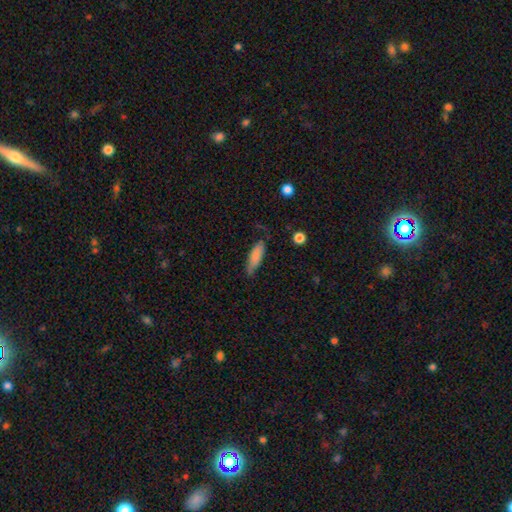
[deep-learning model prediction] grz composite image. It shows a smooth galaxy with no disk features (77%) that is cigar-shaped (54%). Merging: none (69%).